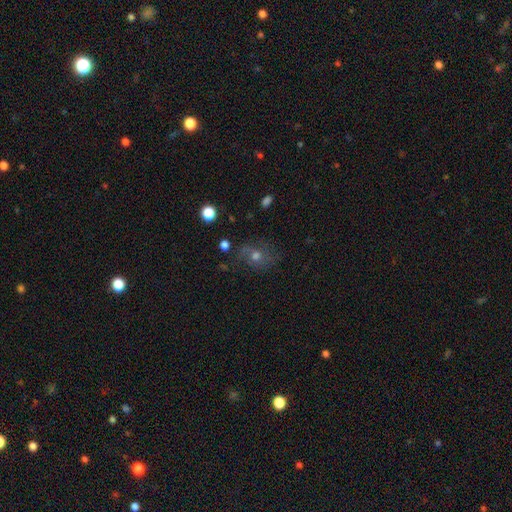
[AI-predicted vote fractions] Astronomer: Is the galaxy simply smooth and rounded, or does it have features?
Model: smooth — 42% (runner-up: featured or disk, 36%).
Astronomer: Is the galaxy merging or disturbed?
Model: none — 66%.